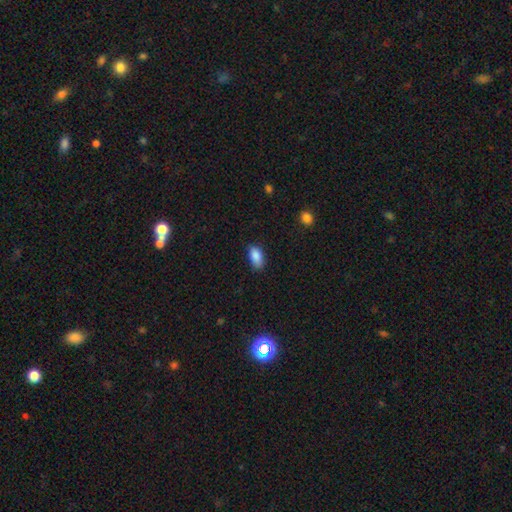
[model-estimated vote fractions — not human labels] A smooth galaxy with no disk features (87%) that is in between round and cigar-shaped (90%). Merging: none (73%).